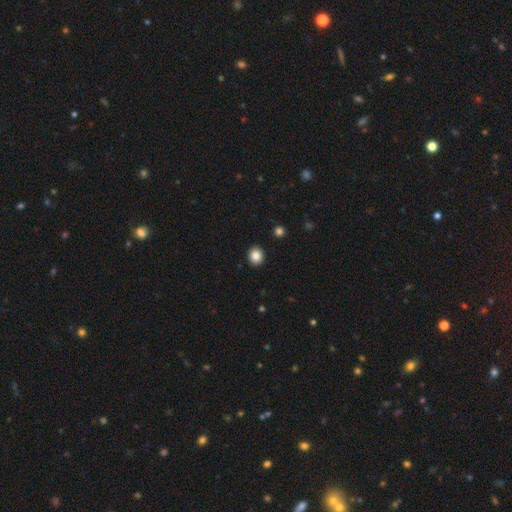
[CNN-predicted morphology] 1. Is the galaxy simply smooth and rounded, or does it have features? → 85% smooth, 10% star or artifact, 5% featured or disk.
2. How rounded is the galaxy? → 75% round, 24% in between, 1% cigar-shaped.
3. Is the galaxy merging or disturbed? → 92% none, 5% minor disturbance, 2% major disturbance, 1% merger.